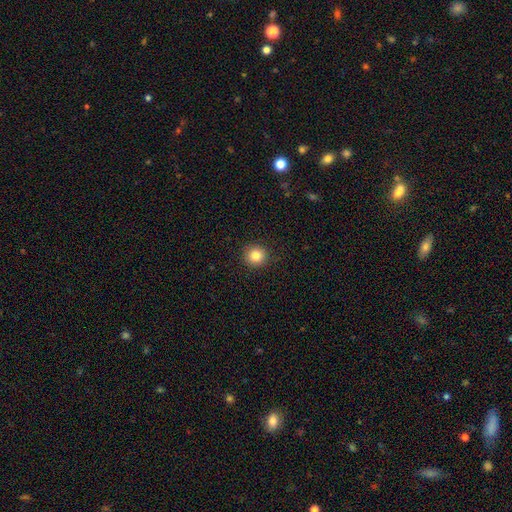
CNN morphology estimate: Q: Smooth or featured?
A: smooth (84%); runner-up: star or artifact (11%)
Q: How rounded?
A: round (94%); runner-up: in between (5%)
Q: Merging?
A: none (92%); runner-up: minor disturbance (5%)